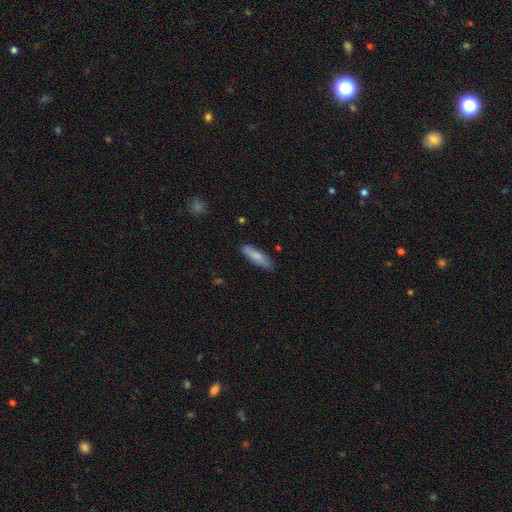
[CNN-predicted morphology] A smooth galaxy with no disk features (79%) that is cigar-shaped (61%).

Vote fractions:
- Smooth or featured? smooth: 79% / featured or disk: 16% / star or artifact: 6%
- How rounded? cigar-shaped: 61% / in between: 38% / round: 2%
- Merging? none: 80% / minor disturbance: 16% / major disturbance: 2% / merger: 1%